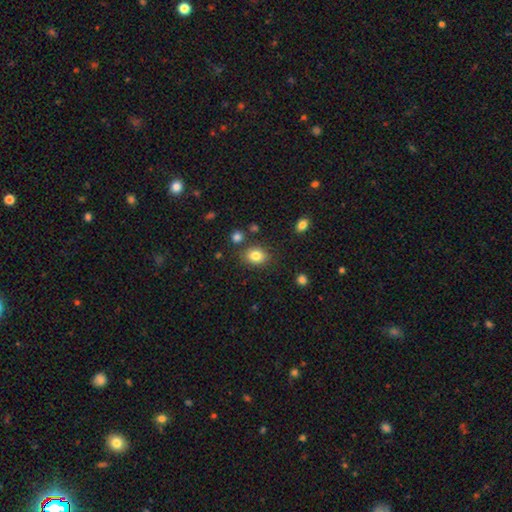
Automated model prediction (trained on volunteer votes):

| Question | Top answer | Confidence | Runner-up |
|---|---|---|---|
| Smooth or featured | smooth | 83% | star or artifact (10%) |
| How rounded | in between | 53% | round (46%) |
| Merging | none | 80% | minor disturbance (11%) |